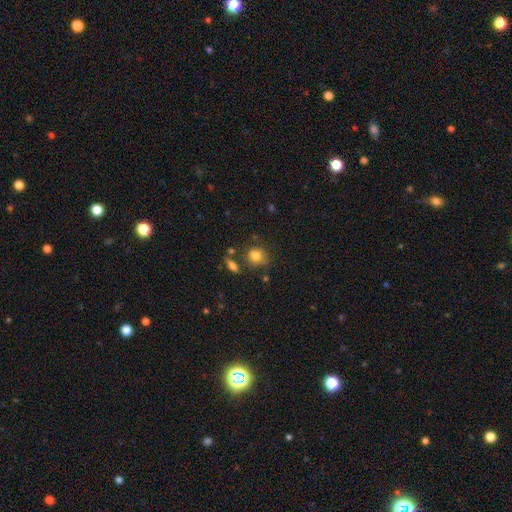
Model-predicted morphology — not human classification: Q: Smooth or featured?
A: smooth (81%); runner-up: star or artifact (11%)
Q: How rounded?
A: round (68%); runner-up: in between (30%)
Q: Merging?
A: none (69%); runner-up: minor disturbance (17%)